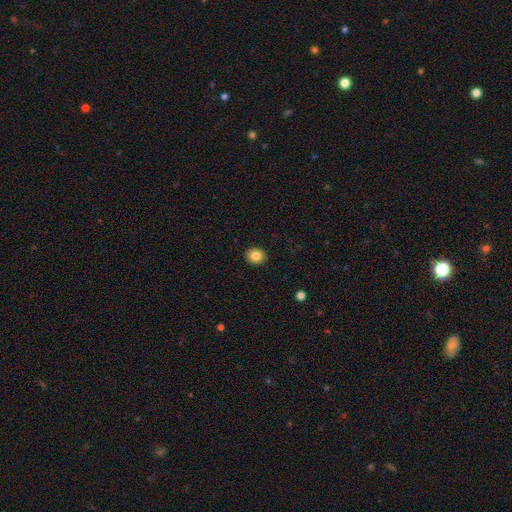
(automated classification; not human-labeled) Q: Smooth or featured?
A: smooth (84%); runner-up: star or artifact (10%)
Q: How rounded?
A: round (74%); runner-up: in between (25%)
Q: Merging?
A: none (91%); runner-up: minor disturbance (6%)